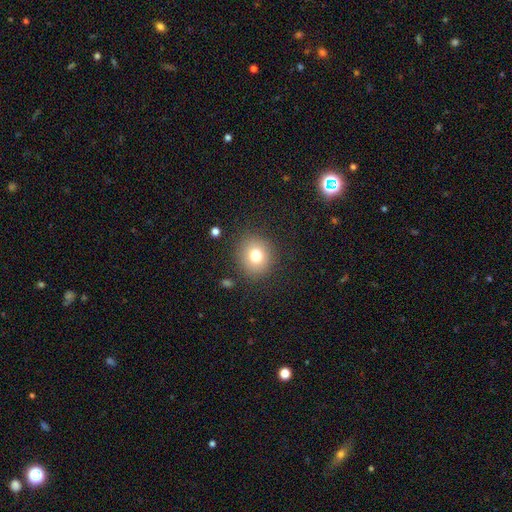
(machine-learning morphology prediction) smooth_or_featured: smooth (p=0.76) [alt: star or artifact p=0.13]
how_rounded: round (p=0.88) [alt: in between p=0.11]
merging: none (p=0.87) [alt: minor disturbance p=0.08]